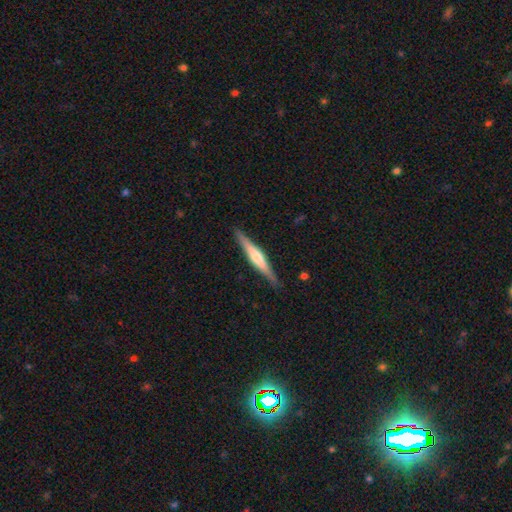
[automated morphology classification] smooth-or-featured: featured or disk: 65% | smooth: 30% | star or artifact: 5%
  disk-edge-on: yes: 98% | no: 2%
    edge-on-bulge: rounded: 68% | boxy: 17% | none: 14%
  merging: none: 90% | minor disturbance: 8% | major disturbance: 1% | merger: 1%